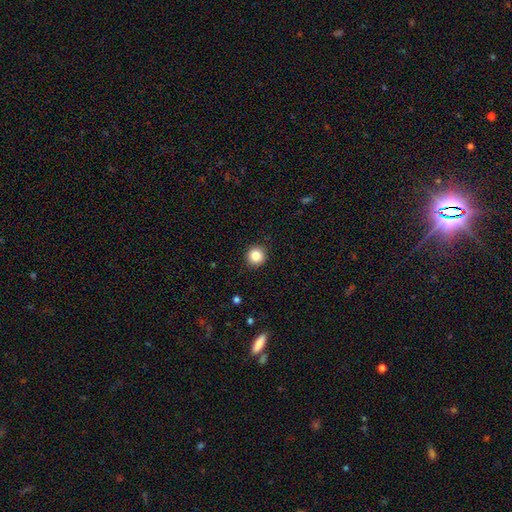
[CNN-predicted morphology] Smooth or featured: smooth — 85% (star or artifact — 10%)
How rounded: round — 95% (in between — 4%)
Merging: none — 92% (minor disturbance — 5%)